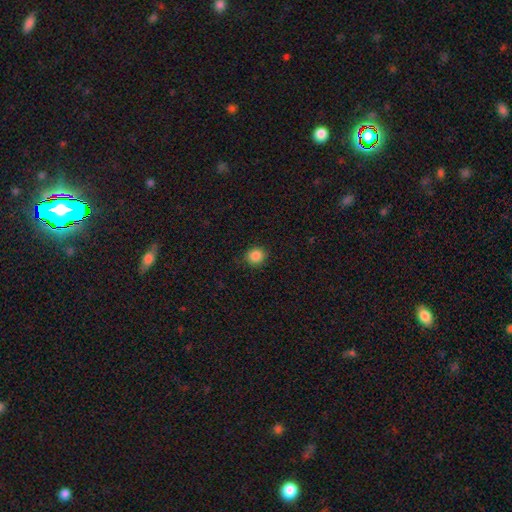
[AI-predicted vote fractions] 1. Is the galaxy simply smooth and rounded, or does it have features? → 86% smooth, 11% star or artifact, 3% featured or disk.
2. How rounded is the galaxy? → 86% round, 13% in between, 1% cigar-shaped.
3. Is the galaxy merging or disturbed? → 89% none, 8% minor disturbance, 2% major disturbance, 1% merger.